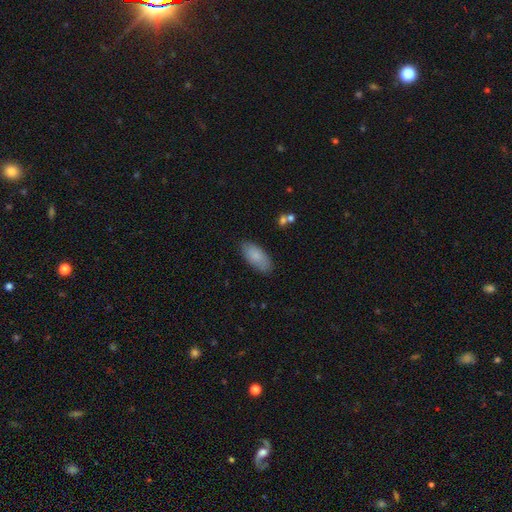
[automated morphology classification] smooth_or_featured: smooth (p=0.83) [alt: featured or disk p=0.11]
how_rounded: in between (p=0.90) [alt: cigar-shaped p=0.08]
merging: none (p=0.80) [alt: minor disturbance p=0.15]